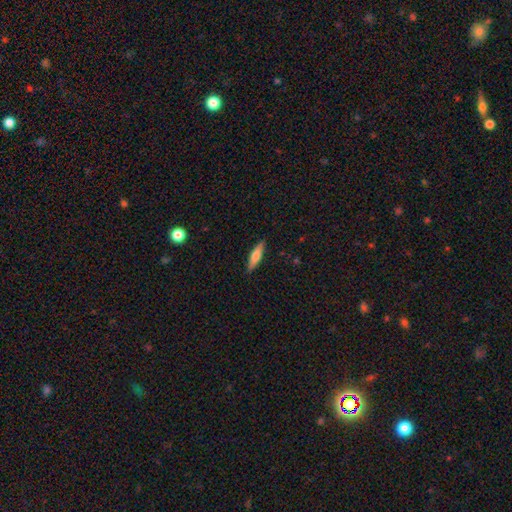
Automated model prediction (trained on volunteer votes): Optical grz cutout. It shows a smooth galaxy with no disk features (61%) that is cigar-shaped (75%). Merging: none (89%).